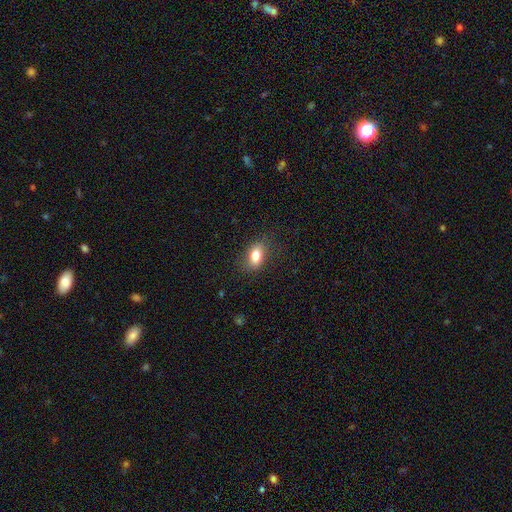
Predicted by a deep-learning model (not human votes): smooth 80%, featured or disk 11%, star or artifact 9%. Down the decision tree: how rounded — in between (83%); merging — none (80%).